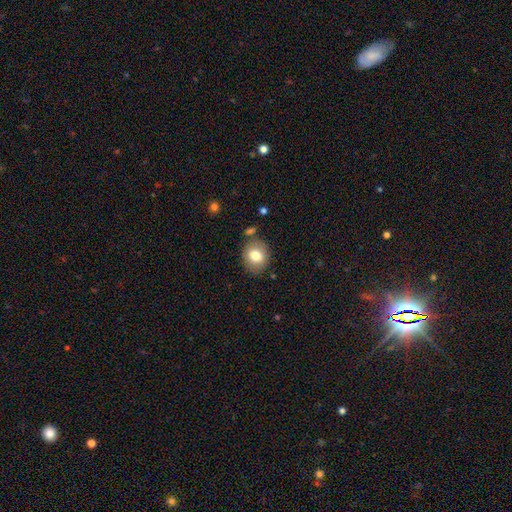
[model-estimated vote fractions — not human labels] smooth 77%, featured or disk 14%, star or artifact 9%. Down the decision tree: how rounded — round (65%); merging — none (79%).